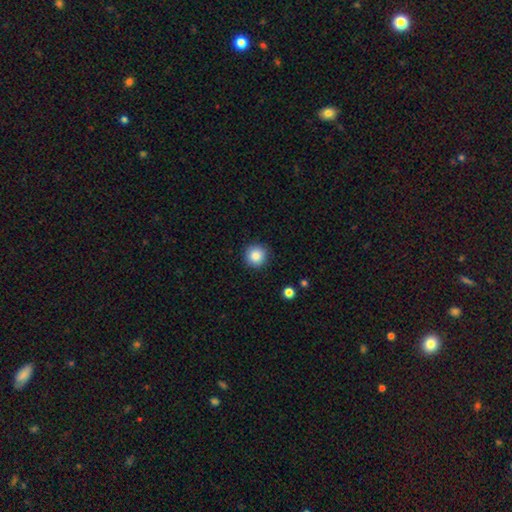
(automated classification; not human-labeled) Smooth or featured? Predicted: smooth (p=0.87). How rounded? Predicted: round (p=0.95). Merging? Predicted: none (p=0.91).